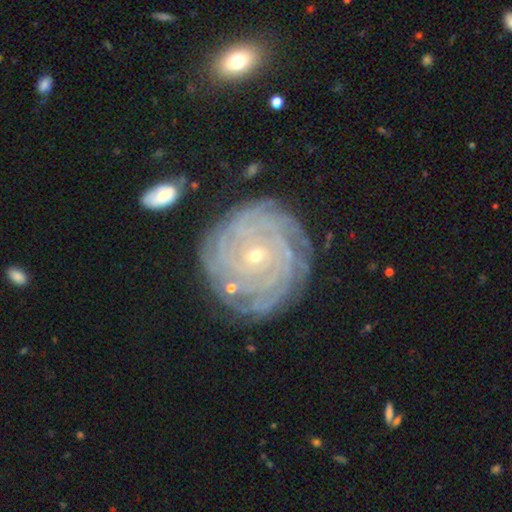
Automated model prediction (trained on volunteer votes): Smooth or featured: featured or disk — 87% (smooth — 7%)
Edge-on disk: no — 97% (yes — 3%)
Bar: no — 73% (weak — 20%)
Spiral arms: yes — 97% (no — 3%)
Spiral winding: tight — 89% (medium — 9%)
Spiral arm count: can't tell — 26% (tied with more than 4 — 26%)
Bulge size: small — 81% (moderate — 17%)
Merging: none — 81% (minor disturbance — 13%)